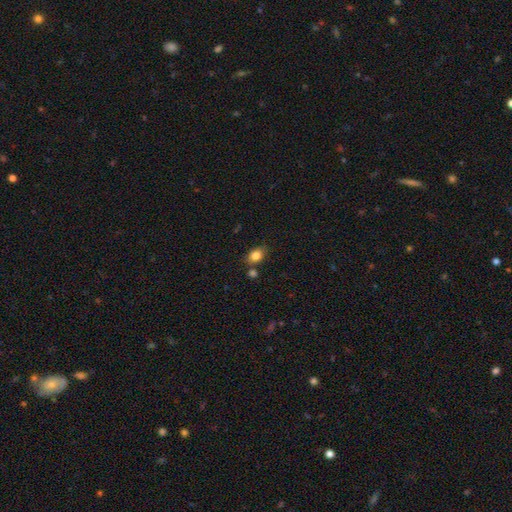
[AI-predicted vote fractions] Smooth or featured? Predicted: smooth (p=0.83). How rounded? Predicted: in between (p=0.67). Merging? Predicted: none (p=0.72).